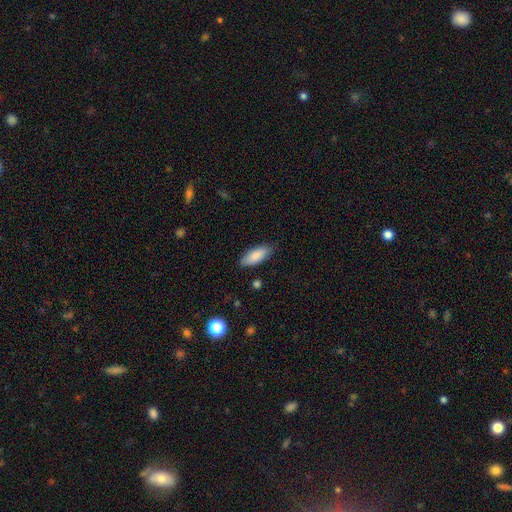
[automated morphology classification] This appears to be a smooth galaxy with no disk features (86%) that is in between round and cigar-shaped (78%). Merging: none (84%).